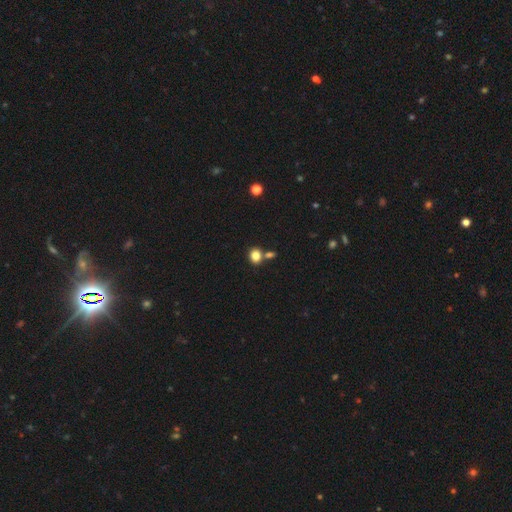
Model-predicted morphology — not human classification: smooth 83%, star or artifact 11%, featured or disk 6%. Down the decision tree: how rounded — round (59%); merging — none (63%).